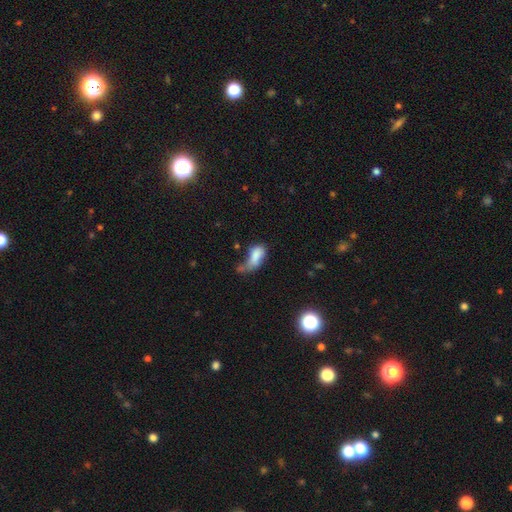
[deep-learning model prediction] Overall: smooth (75%). How rounded: in between (86%). Merging: major disturbance (34%; minor disturbance 26%).